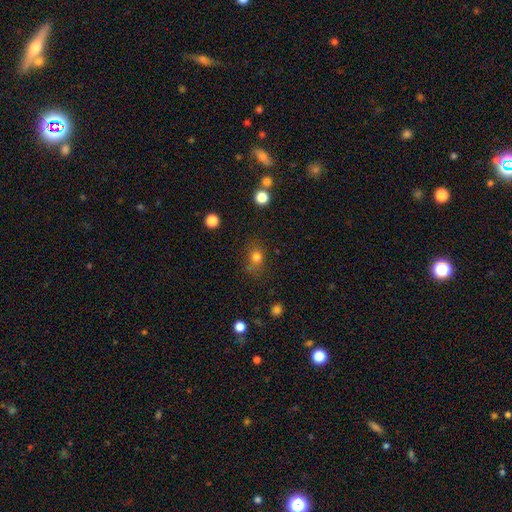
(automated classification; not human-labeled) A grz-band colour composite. It shows a smooth galaxy with no disk features (70%) that is round (59%). Merging: none (71%).